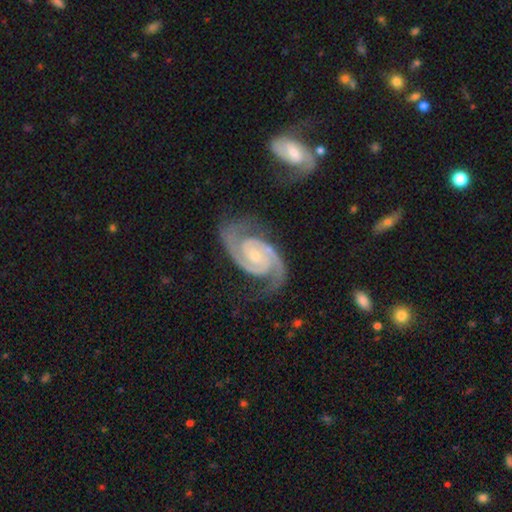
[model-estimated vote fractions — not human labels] Smooth or featured? featured or disk (94%)
Edge-on disk? no (98%)
Bar? no (55%)
Spiral arms? yes (99%)
Spiral winding? tight (50%)
Spiral arm count? 2 (94%)
Bulge size? small (70%)
Merging? none (75%)